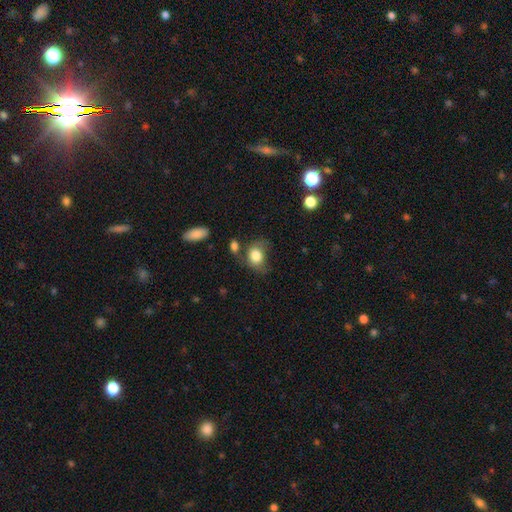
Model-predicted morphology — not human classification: smooth 80%, featured or disk 11%, star or artifact 8%. Down the decision tree: how rounded — in between (58%); merging — none (50%).